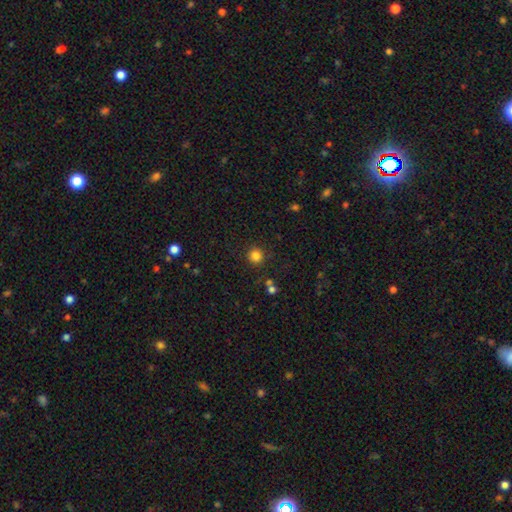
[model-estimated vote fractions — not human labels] Smooth or featured? smooth (82%)
How rounded? round (94%)
Merging? none (89%)